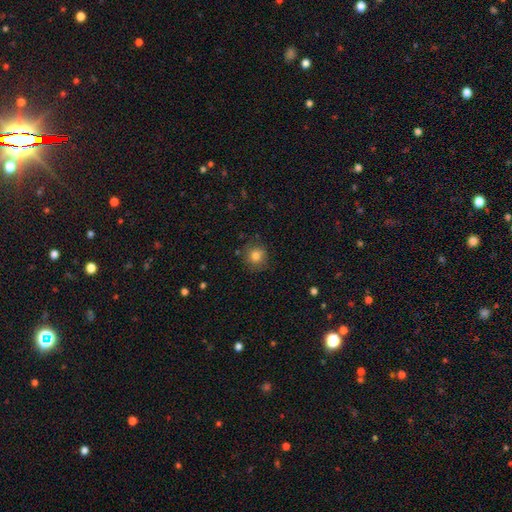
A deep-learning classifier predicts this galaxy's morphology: Smooth or featured: smooth — 80% (star or artifact — 11%)
How rounded: round — 86% (in between — 13%)
Merging: none — 81% (minor disturbance — 14%)